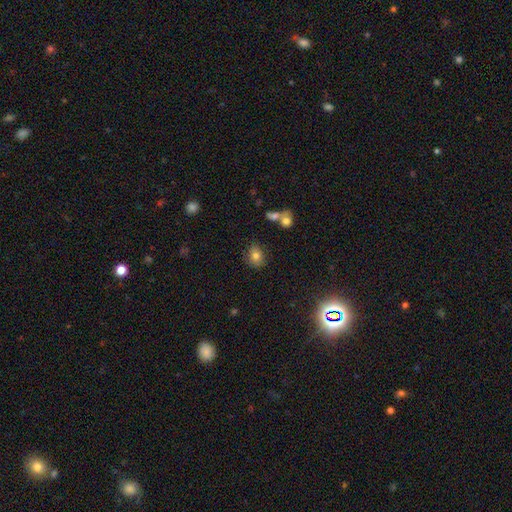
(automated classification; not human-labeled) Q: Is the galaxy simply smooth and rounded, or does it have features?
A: smooth — 78%.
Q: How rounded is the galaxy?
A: round — 60%.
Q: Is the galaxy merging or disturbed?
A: none — 77%.